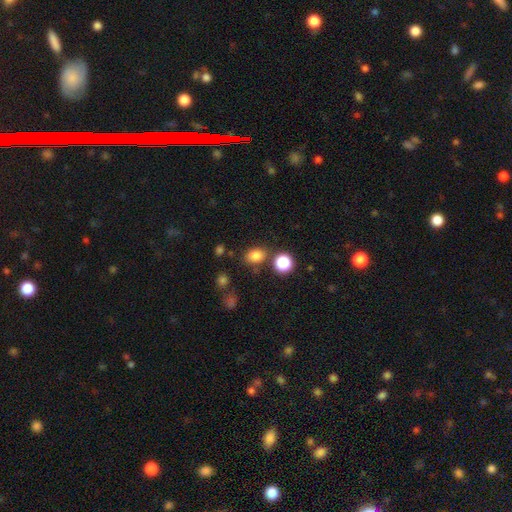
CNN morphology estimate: Smooth or featured: smooth — 80% (star or artifact — 15%)
How rounded: in between — 62% (round — 37%)
Merging: none — 76% (minor disturbance — 12%)